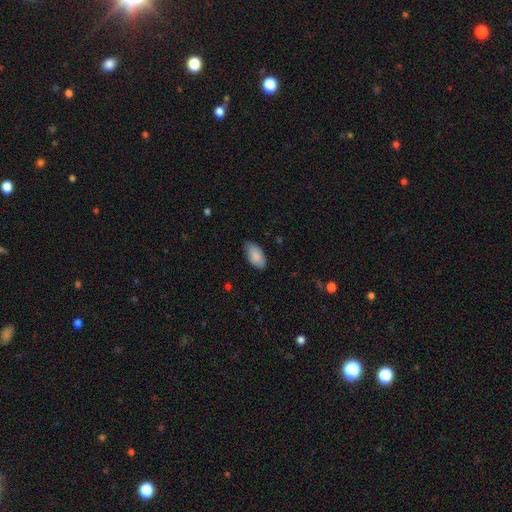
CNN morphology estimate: Smooth or featured? Predicted: smooth (p=0.86). How rounded? Predicted: in between (p=0.94). Merging? Predicted: none (p=0.74).